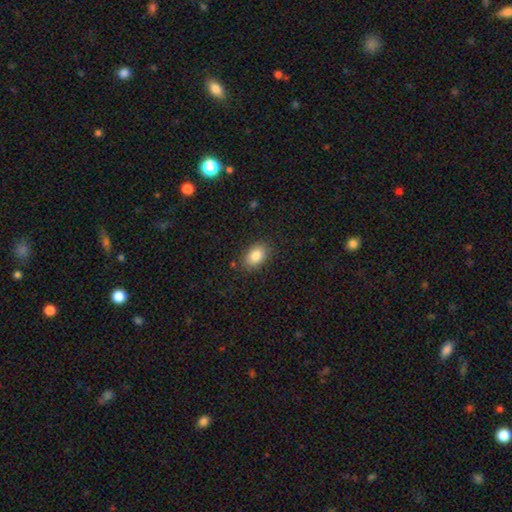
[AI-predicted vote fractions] Smooth or featured?
  - smooth: 85% *
  - star or artifact: 8%
  - featured or disk: 7%
How rounded?
  - in between: 86% *
  - round: 12%
  - cigar-shaped: 1%
Merging?
  - none: 85% *
  - minor disturbance: 11%
  - major disturbance: 3%
  - merger: 1%